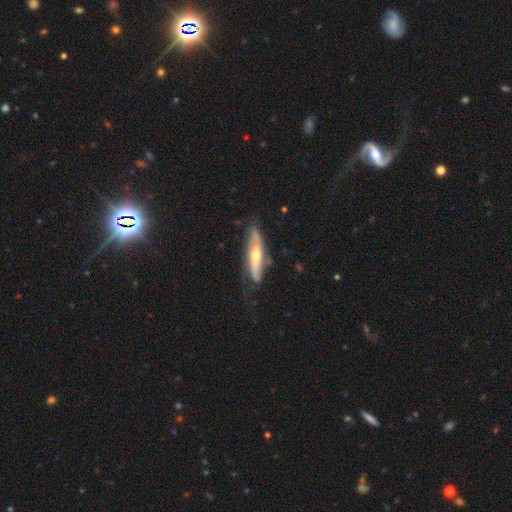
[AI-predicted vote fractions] This is likely a featured or disk galaxy (63%). It is possibly viewed edge-on (55%). Merging: likely none (66%).